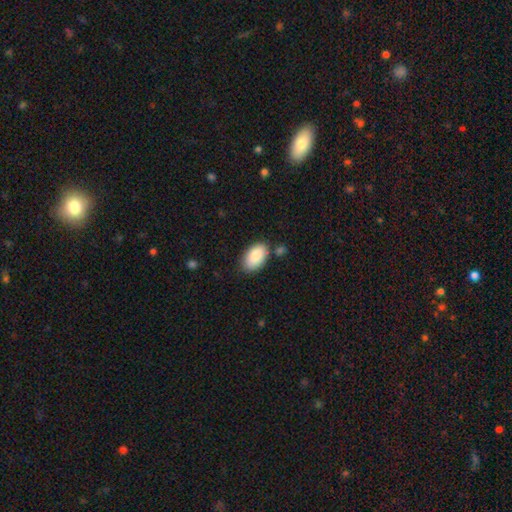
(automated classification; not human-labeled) Smooth or featured: smooth — 89% (star or artifact — 6%)
How rounded: in between — 94% (round — 4%)
Merging: none — 77% (minor disturbance — 14%)